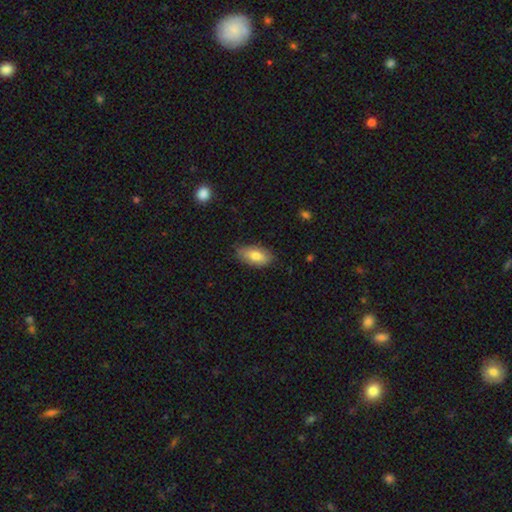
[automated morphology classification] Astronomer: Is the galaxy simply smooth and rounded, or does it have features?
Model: smooth — 77%.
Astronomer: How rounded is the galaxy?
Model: in between — 90%.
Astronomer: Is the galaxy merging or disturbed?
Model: none — 77%.